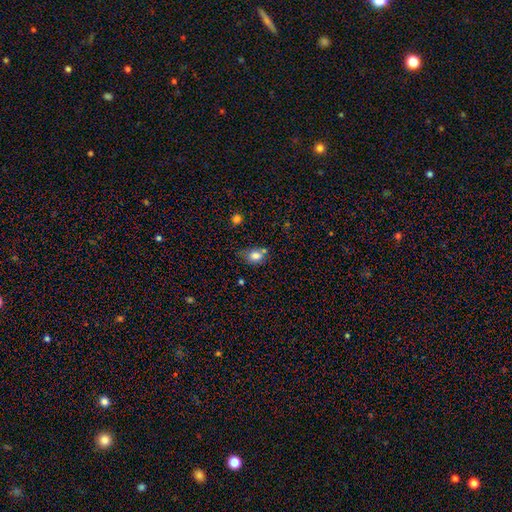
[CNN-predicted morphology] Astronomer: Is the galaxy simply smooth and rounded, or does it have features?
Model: smooth — 79%.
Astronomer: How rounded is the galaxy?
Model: in between — 54% (runner-up: round, 45%).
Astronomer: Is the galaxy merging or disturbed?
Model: none — 50% (runner-up: minor disturbance, 26%).